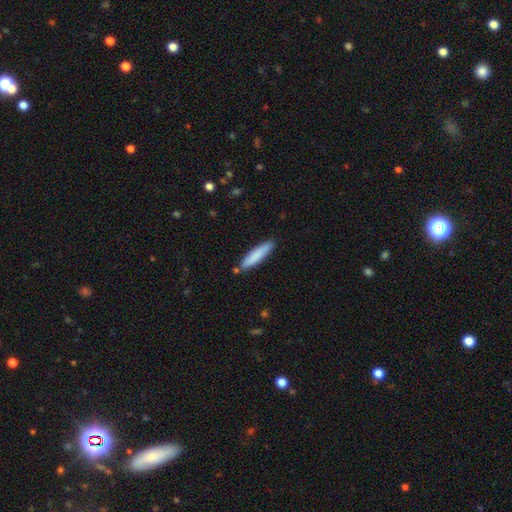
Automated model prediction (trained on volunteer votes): The model was most divided on "smooth or featured": smooth: 82%, featured or disk: 12%, star or artifact: 6%. More confident: how rounded — cigar-shaped (86%); merging — none (84%).